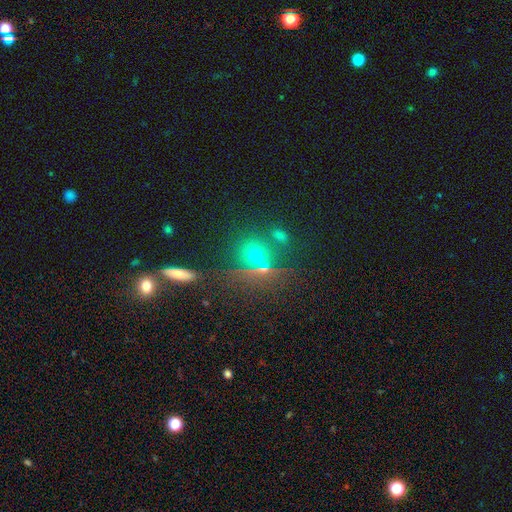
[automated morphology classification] type=smooth (57%); roundness=round (82%); merging=none (68%).